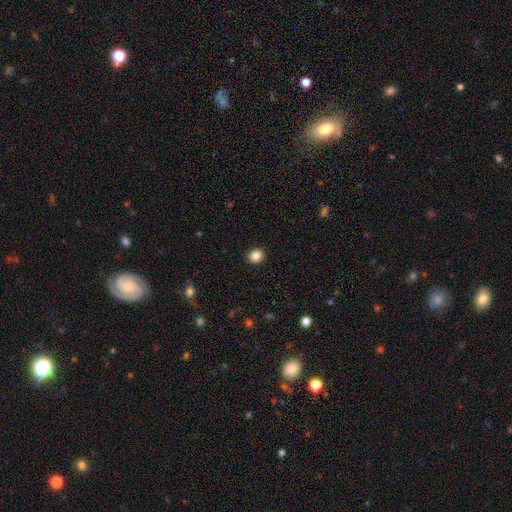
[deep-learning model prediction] A smooth galaxy with no disk features (86%) that is round (83%). Merging: none (92%).